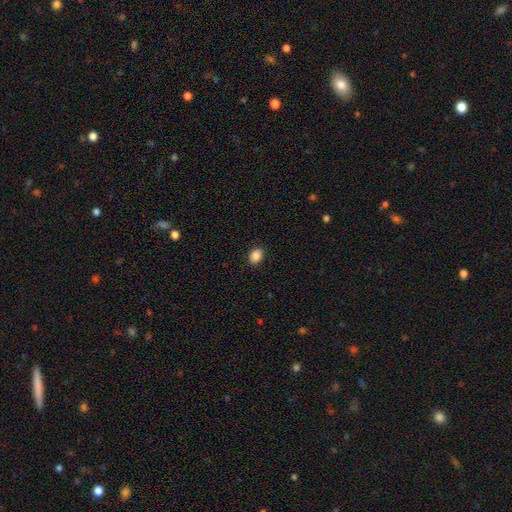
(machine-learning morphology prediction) Smooth or featured? Predicted: smooth (p=0.88). How rounded? Predicted: in between (p=0.62). Merging? Predicted: none (p=0.89).